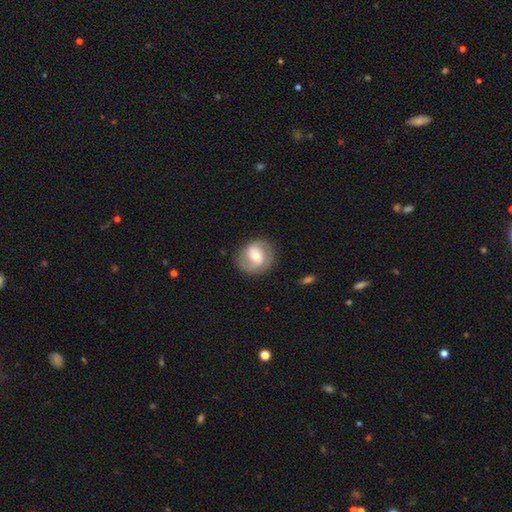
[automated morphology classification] smooth-or-featured: featured or disk: 66% | smooth: 28% | star or artifact: 6%
  disk-edge-on: no: 97% | yes: 3%
    bar: weak: 48% | no: 28% | strong: 24%
    has-spiral-arms: yes: 84% | no: 16%
      spiral-winding: medium: 45% | tight: 34% | loose: 21%
      spiral-arm-count: 2: 83% | can't tell: 9% | 1: 4% | 3: 2% | 4: 1% | more than 4: 1%
    bulge-size: moderate: 59% | small: 32% | large: 6% | none: 1% | dominant: 1%
  merging: none: 82% | minor disturbance: 12% | major disturbance: 5% | merger: 1%